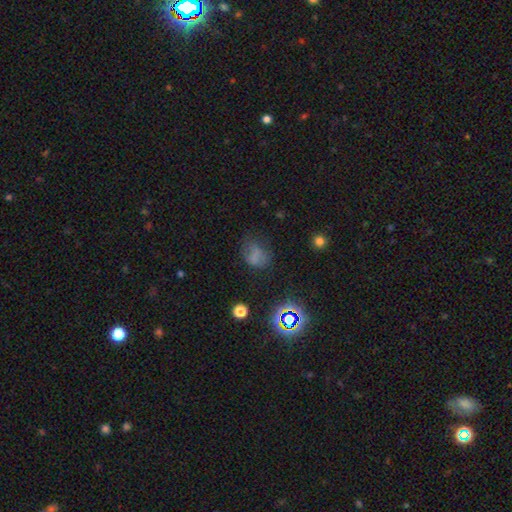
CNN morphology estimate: smooth 58%, star or artifact 25%, featured or disk 17%. Down the decision tree: how rounded — in between (58%); merging — none (48%).